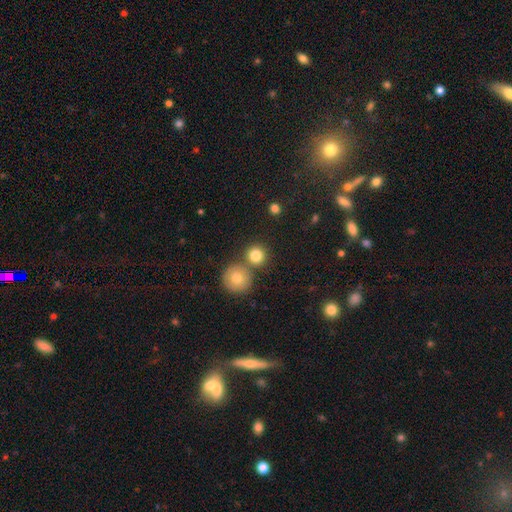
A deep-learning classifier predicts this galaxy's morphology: Smooth or featured?
  - smooth: 81% *
  - star or artifact: 11%
  - featured or disk: 8%
How rounded?
  - round: 92% *
  - in between: 7%
  - cigar-shaped: 1%
Merging?
  - none: 69% *
  - merger: 22%
  - minor disturbance: 7%
  - major disturbance: 3%